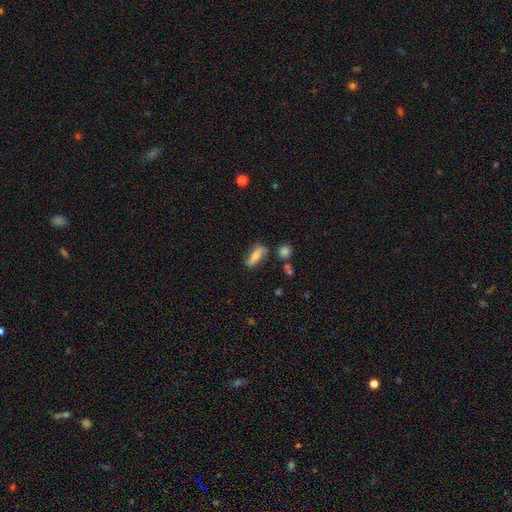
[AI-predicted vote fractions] smooth_or_featured: smooth (p=0.57) [alt: featured or disk p=0.35]
how_rounded: in between (p=0.55) [alt: cigar-shaped p=0.40]
merging: none (p=0.71) [alt: minor disturbance p=0.18]